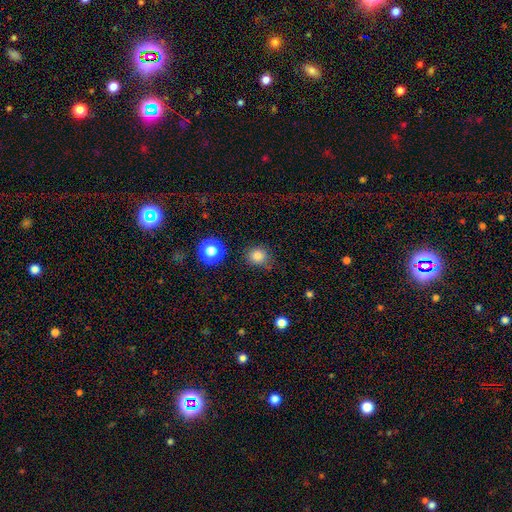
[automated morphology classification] Overall: smooth (82%). How rounded: round (86%). Merging: none (80%).